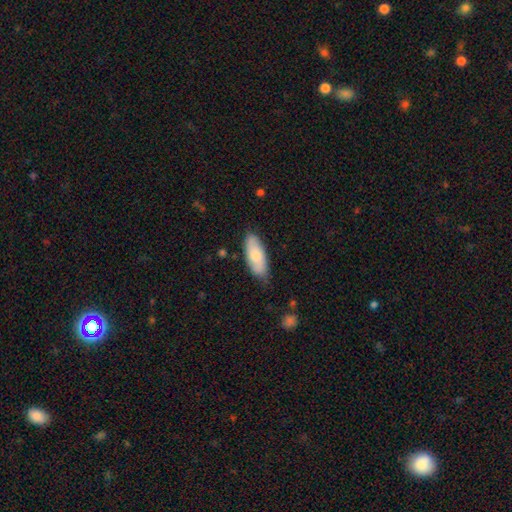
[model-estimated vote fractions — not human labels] Overall: smooth (74%). How rounded: in between (79%). Merging: none (77%).